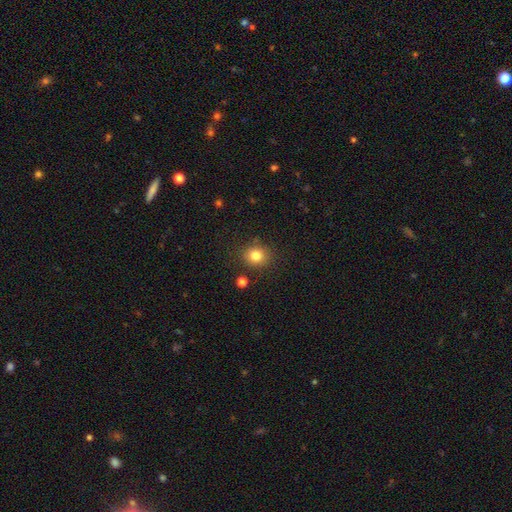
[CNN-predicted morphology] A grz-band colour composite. It shows a smooth galaxy with no disk features (82%) that is round (78%). Merging: none (84%).